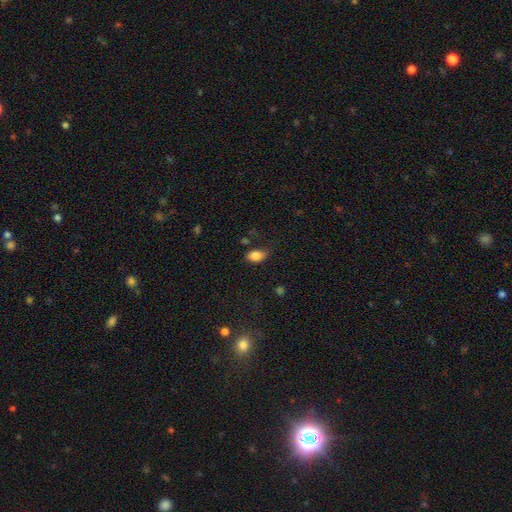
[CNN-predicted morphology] Smooth or featured?
  - smooth: 83% *
  - featured or disk: 9%
  - star or artifact: 8%
How rounded?
  - in between: 90% *
  - round: 6%
  - cigar-shaped: 4%
Merging?
  - none: 69% *
  - minor disturbance: 23%
  - major disturbance: 6%
  - merger: 2%